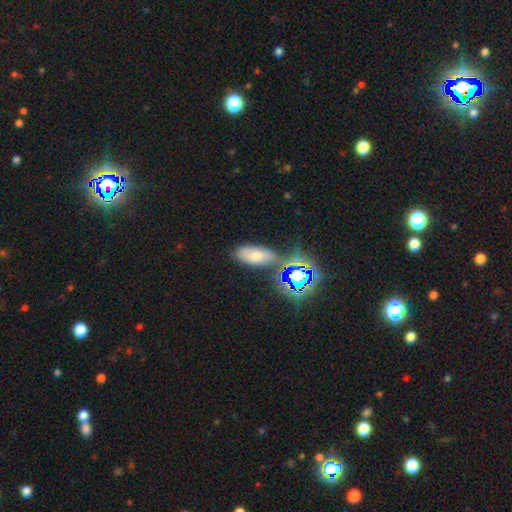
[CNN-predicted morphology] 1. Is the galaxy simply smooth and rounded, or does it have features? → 59% smooth, 24% star or artifact, 16% featured or disk.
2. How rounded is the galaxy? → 85% in between, 9% cigar-shaped, 6% round.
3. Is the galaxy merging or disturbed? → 60% none, 21% minor disturbance, 11% merger, 8% major disturbance.